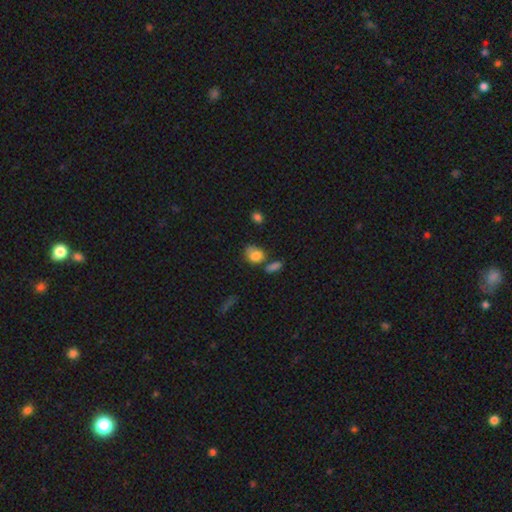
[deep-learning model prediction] Smooth or featured: smooth — 79% (featured or disk — 12%)
How rounded: in between — 49% (tied with round — 49%)
Merging: none — 44% (minor disturbance — 26%)